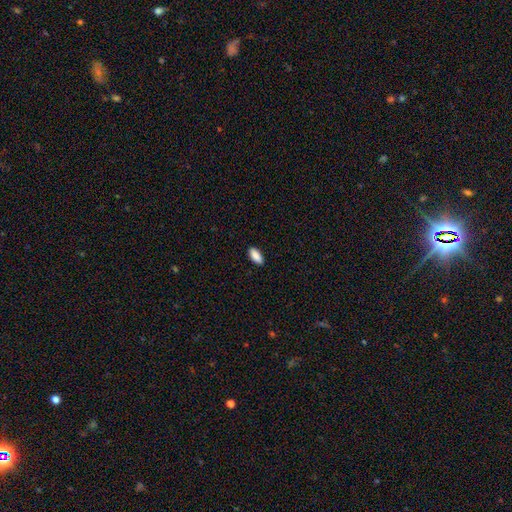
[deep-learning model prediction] smooth_or_featured: smooth (p=0.89) [alt: star or artifact p=0.06]
how_rounded: in between (p=0.85) [alt: cigar-shaped p=0.12]
merging: none (p=0.89) [alt: minor disturbance p=0.08]